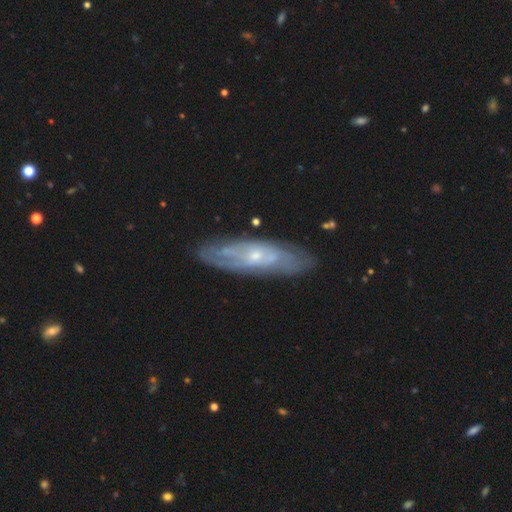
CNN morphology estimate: Smooth or featured? featured or disk (72%)
Edge-on disk? no (74%)
Bar? no (71%)
Spiral arms? yes (77%)
Bulge size? small (70%)
Merging? none (81%)